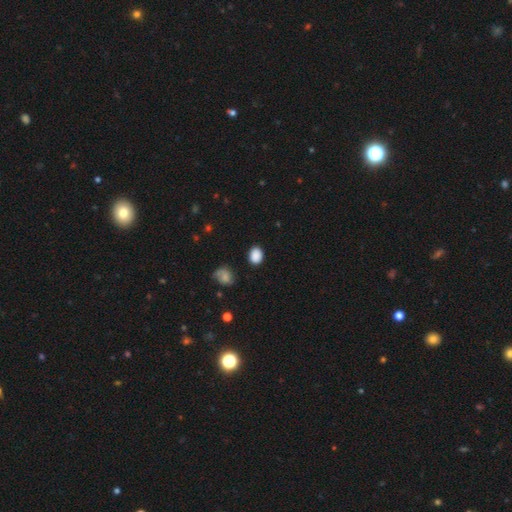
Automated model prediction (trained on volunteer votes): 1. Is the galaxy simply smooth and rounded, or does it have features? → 85% smooth, 10% star or artifact, 5% featured or disk.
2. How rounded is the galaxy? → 58% in between, 41% round, 1% cigar-shaped.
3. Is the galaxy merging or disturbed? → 83% none, 11% minor disturbance, 3% major disturbance, 2% merger.